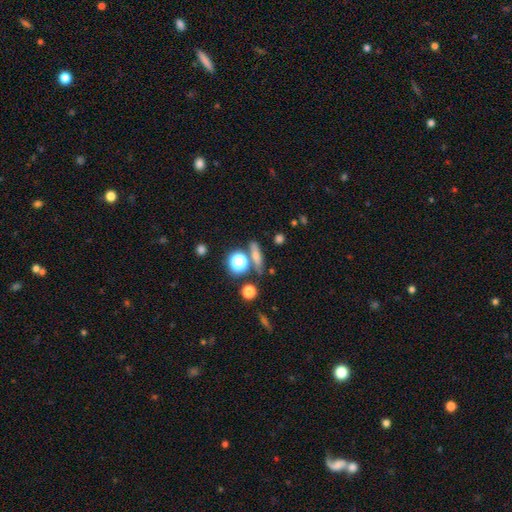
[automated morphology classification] Smooth or featured? Predicted: smooth (p=0.56). How rounded? Predicted: cigar-shaped (p=0.48). Merging? Predicted: none (p=0.72).